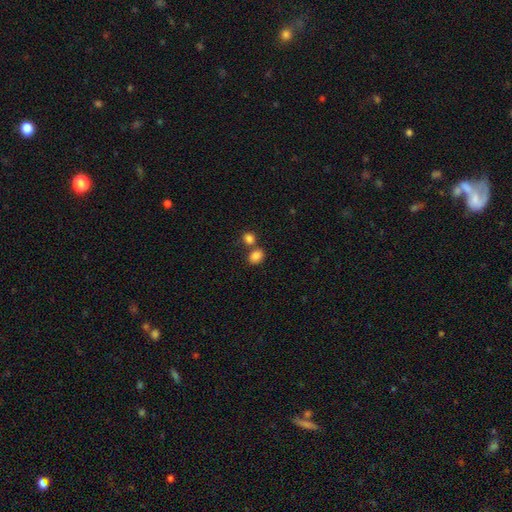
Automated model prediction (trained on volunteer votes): Q: Smooth or featured?
A: smooth (85%); runner-up: star or artifact (10%)
Q: How rounded?
A: in between (61%); runner-up: round (38%)
Q: Merging?
A: none (51%); runner-up: merger (36%)